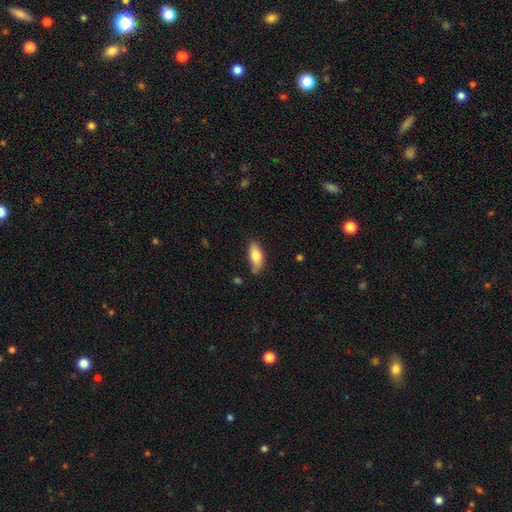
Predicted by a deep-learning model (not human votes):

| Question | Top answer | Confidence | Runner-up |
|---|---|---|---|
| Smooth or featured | smooth | 77% | featured or disk (16%) |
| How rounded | in between | 81% | cigar-shaped (16%) |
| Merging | none | 71% | minor disturbance (22%) |